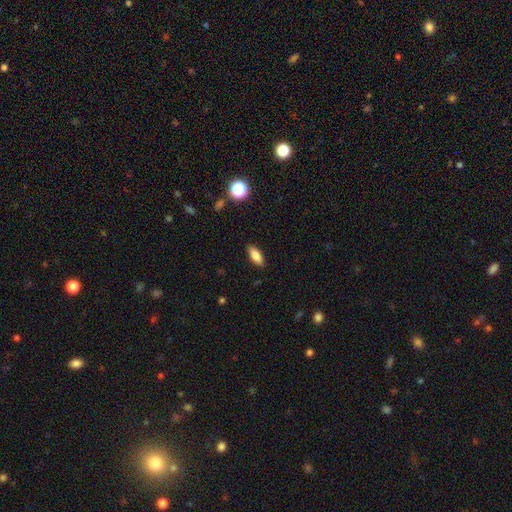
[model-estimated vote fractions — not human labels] This appears to be a smooth galaxy with no disk features (81%) that is in between round and cigar-shaped (76%). Merging: none (88%).